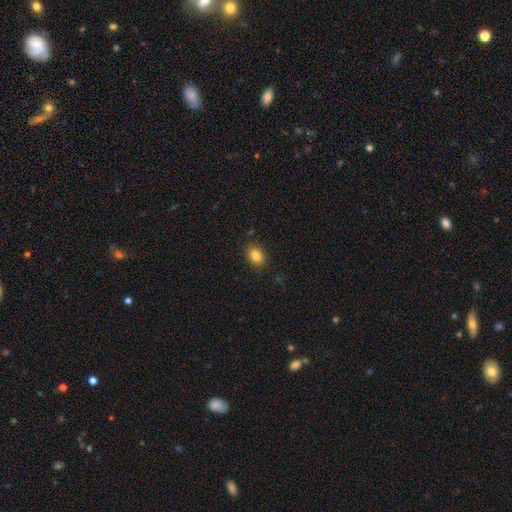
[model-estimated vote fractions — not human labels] Smooth or featured?
  - smooth: 84% *
  - star or artifact: 10%
  - featured or disk: 6%
How rounded?
  - in between: 61% *
  - round: 38%
  - cigar-shaped: 1%
Merging?
  - none: 88% *
  - minor disturbance: 9%
  - major disturbance: 2%
  - merger: 1%